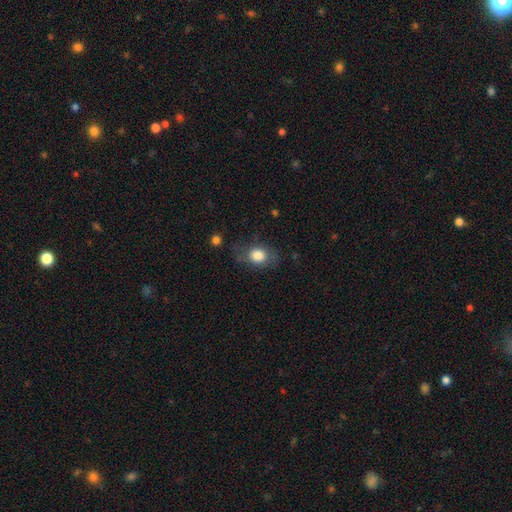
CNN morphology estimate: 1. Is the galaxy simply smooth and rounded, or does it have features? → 79% smooth, 13% featured or disk, 8% star or artifact.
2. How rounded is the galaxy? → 63% in between, 35% round, 2% cigar-shaped.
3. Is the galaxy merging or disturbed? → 66% none, 22% minor disturbance, 10% major disturbance, 2% merger.